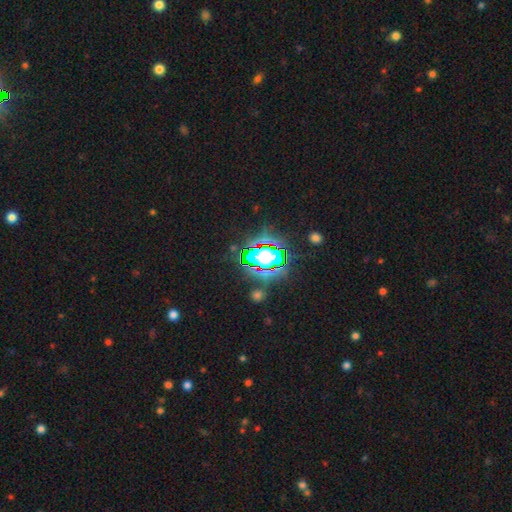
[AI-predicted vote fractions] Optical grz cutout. It shows a star or artifact, not a galaxy (78%).